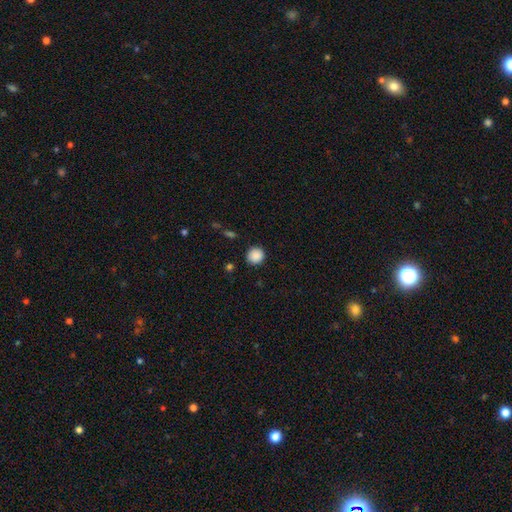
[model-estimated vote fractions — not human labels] The model was most divided on "merging": none: 87%, minor disturbance: 9%, major disturbance: 2%, merger: 2%. More confident: how rounded — round (91%); smooth or featured — smooth (88%).